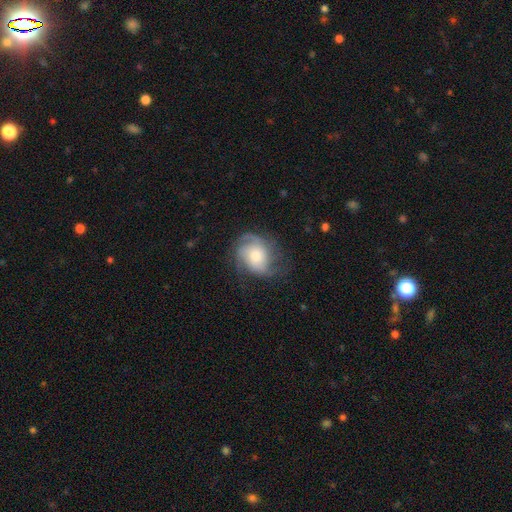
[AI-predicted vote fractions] A featured or disk galaxy (67%) with no bar (75%), 2 (31%) medium (44%) spiral arms (92%) and a moderate central bulge (50%). Merging: none (59%).